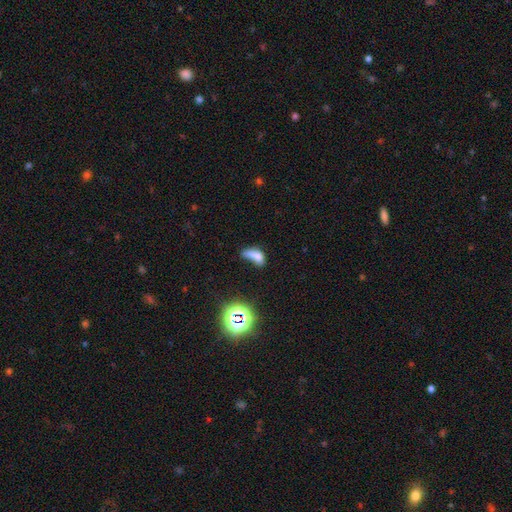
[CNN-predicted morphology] Smooth or featured: smooth — 59% (featured or disk — 23%)
How rounded: in between — 74% (round — 14%)
Merging: merger — 47% (none — 20%)